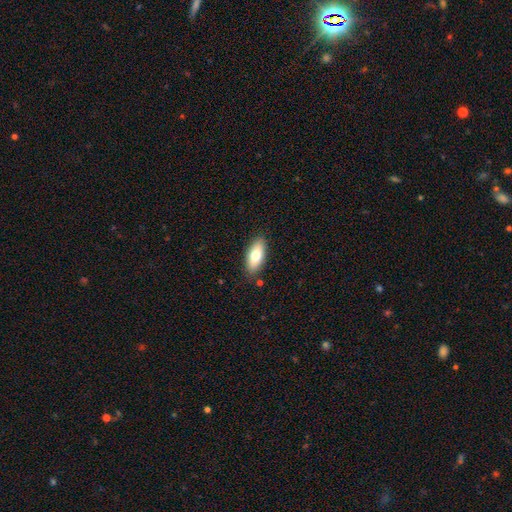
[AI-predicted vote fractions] This is likely a smooth galaxy (73%). How rounded: clearly in between (82%). Merging: clearly none (86%).